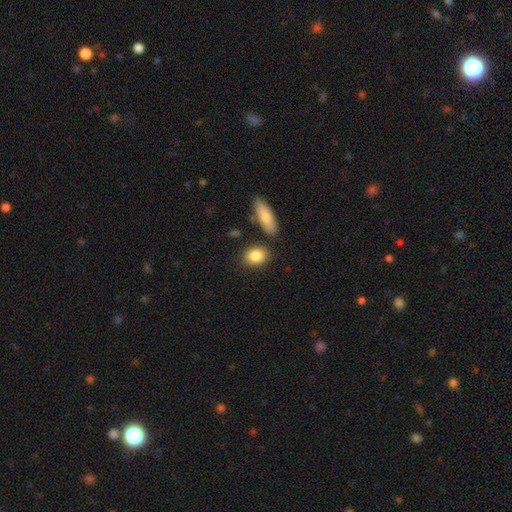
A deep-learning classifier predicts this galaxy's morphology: smooth 85%, featured or disk 8%, star or artifact 7%. Down the decision tree: how rounded — in between (61%); merging — none (78%).